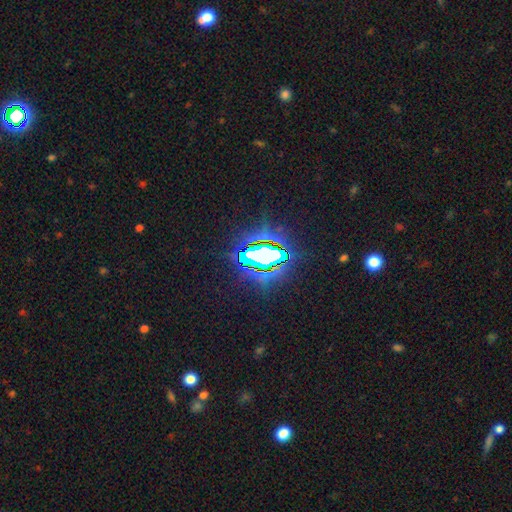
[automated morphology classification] smooth_or_featured: star or artifact (p=0.77) [alt: smooth p=0.13]